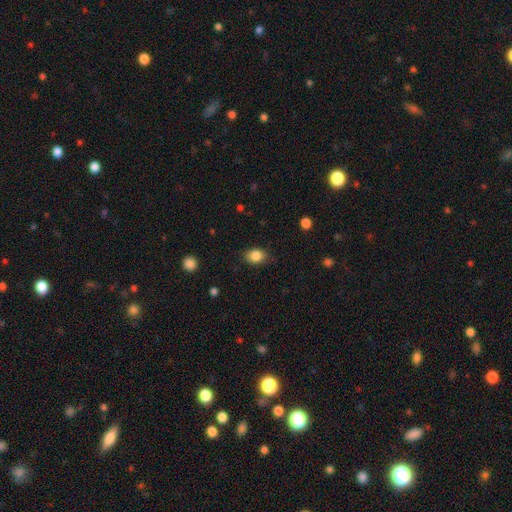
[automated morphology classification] A smooth galaxy with no disk features (85%) that is in between round and cigar-shaped (69%).

Vote fractions:
- Smooth or featured? smooth: 85% / star or artifact: 9% / featured or disk: 6%
- How rounded? in between: 69% / round: 30% / cigar-shaped: 1%
- Merging? none: 81% / minor disturbance: 15% / major disturbance: 3% / merger: 1%